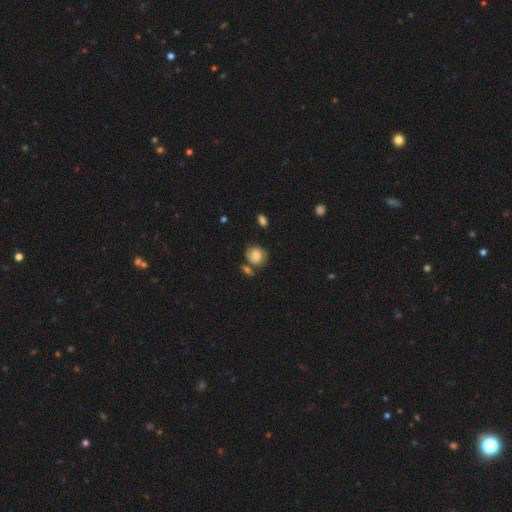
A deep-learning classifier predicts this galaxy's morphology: Q: Smooth or featured?
A: smooth (56%); runner-up: featured or disk (34%)
Q: How rounded?
A: round (75%); runner-up: in between (24%)
Q: Merging?
A: none (61%); runner-up: minor disturbance (19%)